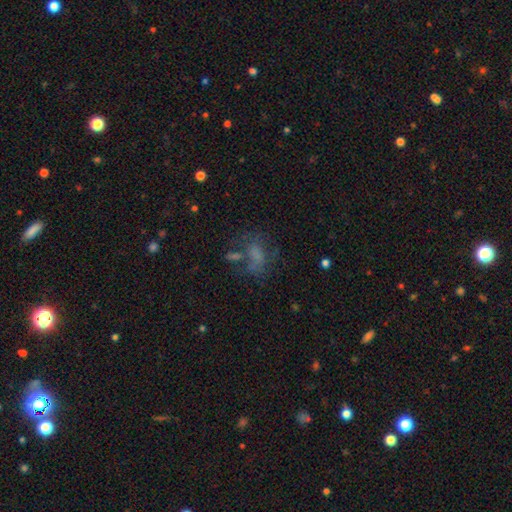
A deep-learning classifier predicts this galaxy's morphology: smooth 49%, featured or disk 30%, star or artifact 21%. Down the decision tree: merging — none (37%).